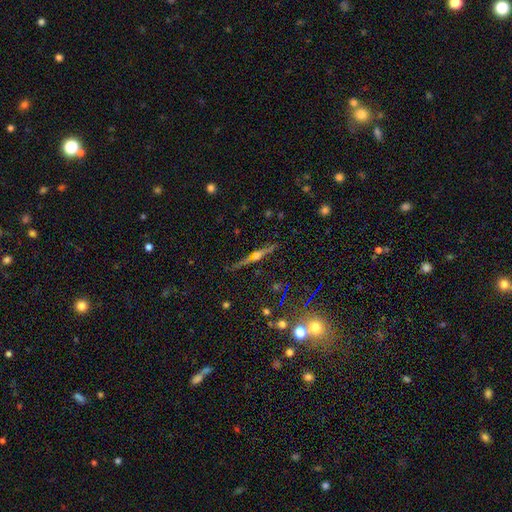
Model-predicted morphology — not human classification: This appears to be a featured or disk galaxy (76%) viewed edge-on (97%) with a rounded central bulge (90%). Merging: none (87%).